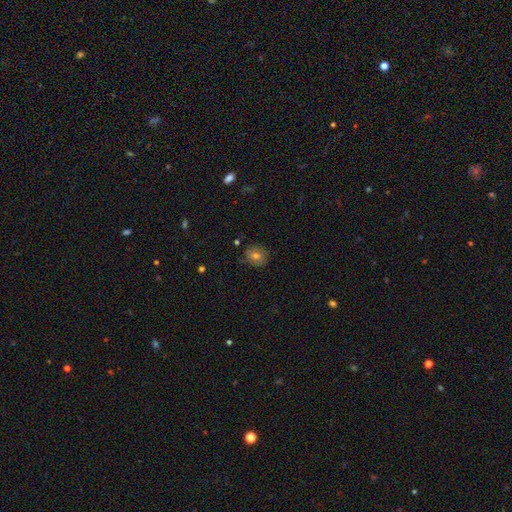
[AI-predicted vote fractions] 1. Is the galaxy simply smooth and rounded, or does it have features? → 67% smooth, 18% featured or disk, 15% star or artifact.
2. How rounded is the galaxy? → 72% round, 27% in between, 1% cigar-shaped.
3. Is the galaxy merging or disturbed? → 78% none, 16% minor disturbance, 4% major disturbance, 2% merger.